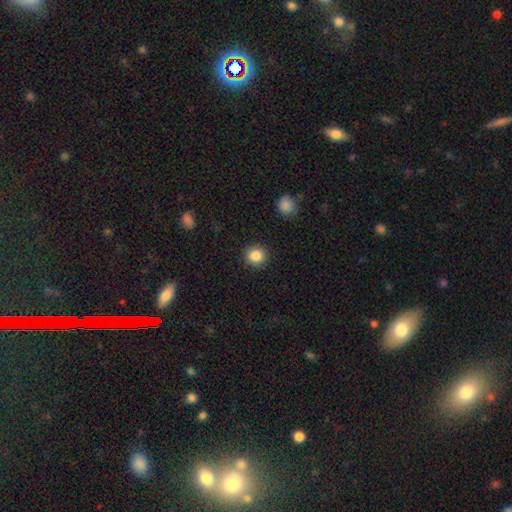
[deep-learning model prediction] Smooth or featured? smooth (86%)
How rounded? round (91%)
Merging? none (92%)